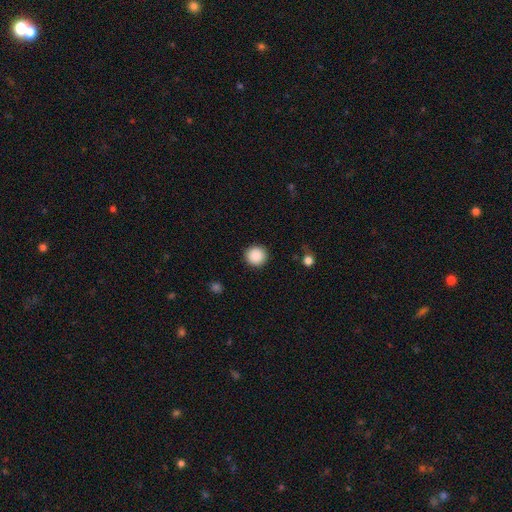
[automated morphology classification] smooth_or_featured: smooth (p=0.89) [alt: star or artifact p=0.09]
how_rounded: round (p=0.96) [alt: in between p=0.04]
merging: none (p=0.92) [alt: minor disturbance p=0.05]